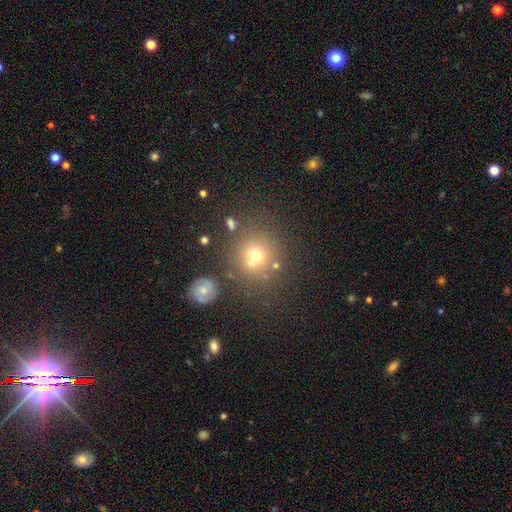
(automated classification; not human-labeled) A smooth galaxy with no disk features (64%) that is round (87%). Merging: none (67%).